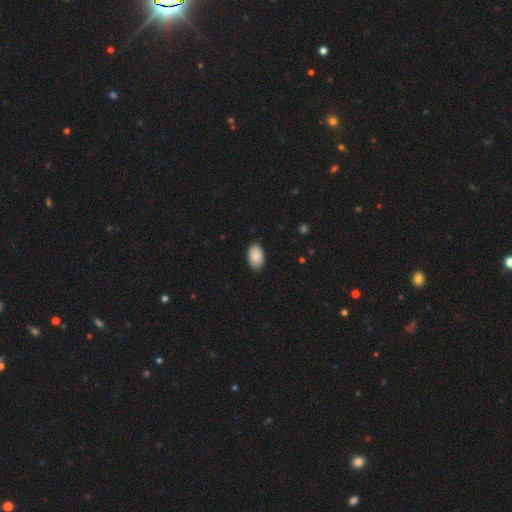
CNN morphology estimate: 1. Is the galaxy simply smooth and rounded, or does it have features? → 90% smooth, 6% star or artifact, 3% featured or disk.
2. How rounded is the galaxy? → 94% in between, 5% round, 1% cigar-shaped.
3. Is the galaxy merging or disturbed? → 86% none, 11% minor disturbance, 2% major disturbance, 1% merger.